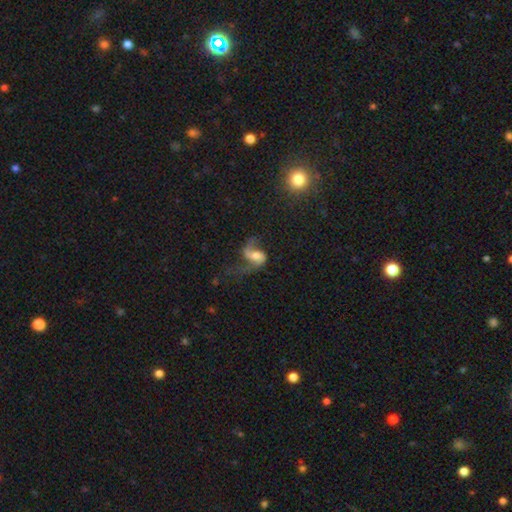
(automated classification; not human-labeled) Smooth or featured?
  - featured or disk: 75% *
  - smooth: 17%
  - star or artifact: 8%
Edge-on disk?
  - no: 97% *
  - yes: 3%
Bar?
  - no: 47% *
  - weak: 37%
  - strong: 16%
Spiral arms?
  - yes: 90% *
  - no: 10%
Spiral winding?
  - loose: 73% *
  - medium: 23%
  - tight: 5%
Spiral arm count?
  - 2: 80% *
  - 1: 14%
  - can't tell: 3%
  - 3: 1%
  - 4: 1%
  - more than 4: 1%
Bulge size?
  - moderate: 57% *
  - small: 25%
  - large: 11%
  - none: 4%
  - dominant: 2%
Merging?
  - major disturbance: 39% *
  - none: 38%
  - minor disturbance: 19%
  - merger: 5%